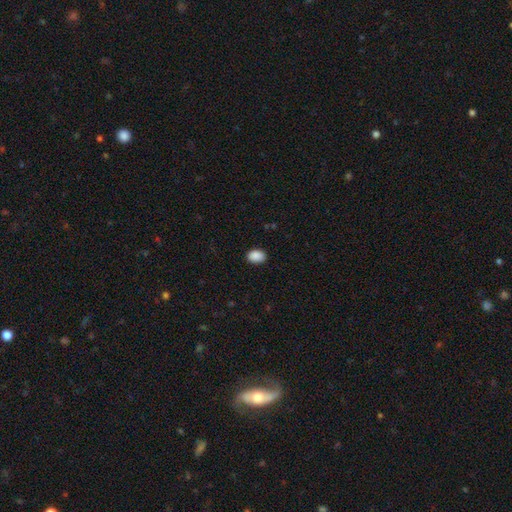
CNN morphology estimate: This is clearly a smooth galaxy (90%). How rounded: likely in between (80%). Merging: clearly none (88%).